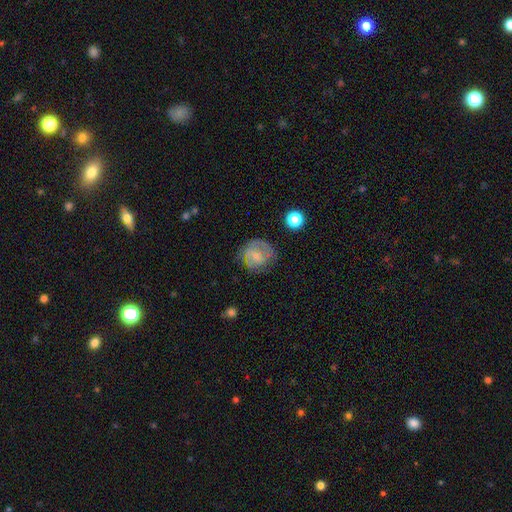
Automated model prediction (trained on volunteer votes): This appears to be a featured or disk galaxy (51%). Merging: none (60%).